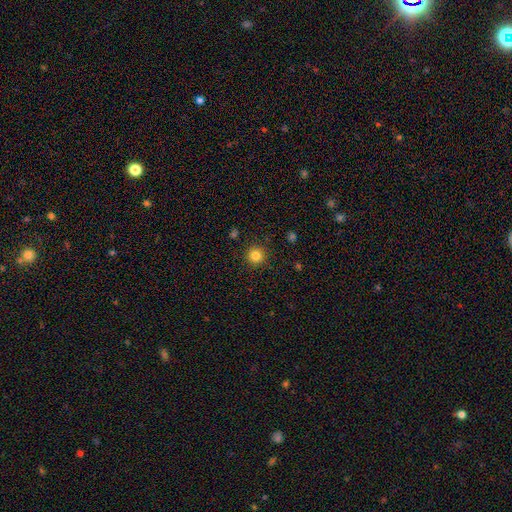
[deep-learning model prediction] A smooth galaxy with no disk features (83%) that is round (95%). Merging: none (90%).